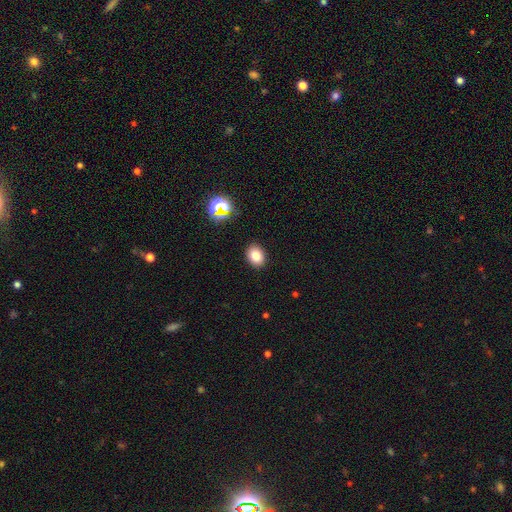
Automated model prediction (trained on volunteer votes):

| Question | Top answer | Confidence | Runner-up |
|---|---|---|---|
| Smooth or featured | smooth | 80% | star or artifact (13%) |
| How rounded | in between | 59% | round (40%) |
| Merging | none | 89% | minor disturbance (7%) |